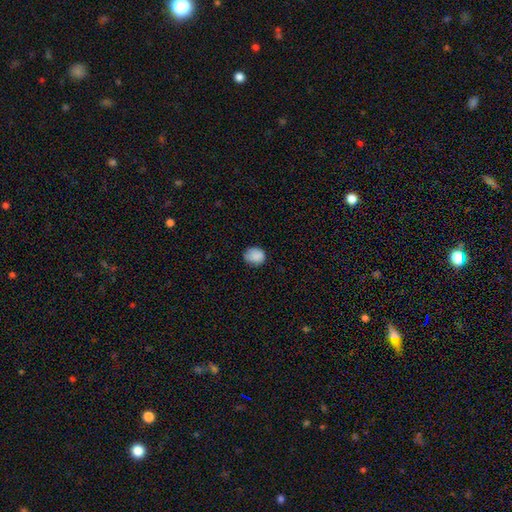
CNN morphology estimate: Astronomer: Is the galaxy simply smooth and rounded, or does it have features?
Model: smooth — 87%.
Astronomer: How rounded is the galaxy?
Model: round — 69%.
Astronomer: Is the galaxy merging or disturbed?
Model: none — 71%.